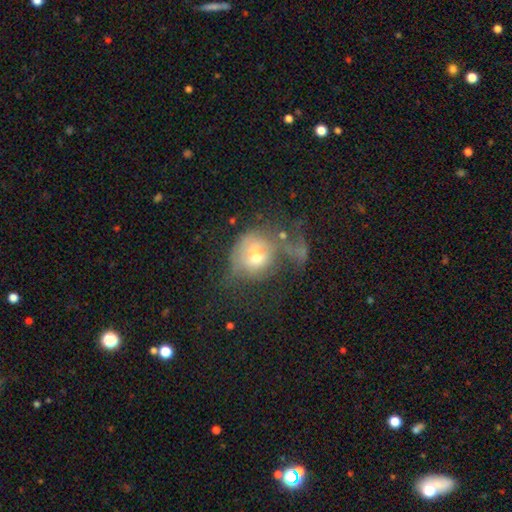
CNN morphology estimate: Q: Smooth or featured?
A: smooth (55%); runner-up: featured or disk (34%)
Q: How rounded?
A: round (73%); runner-up: in between (26%)
Q: Merging?
A: major disturbance (44%); runner-up: none (24%)